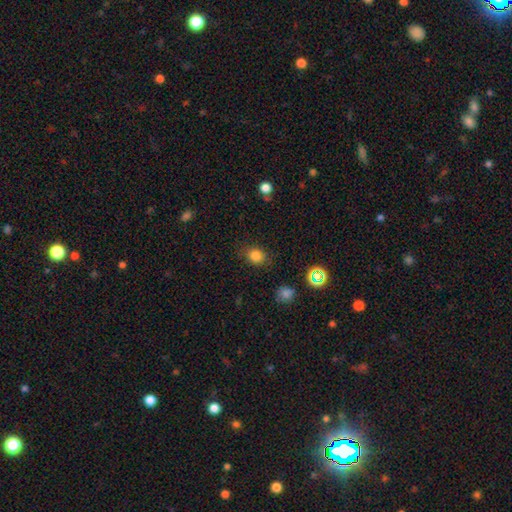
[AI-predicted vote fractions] This appears to be a smooth galaxy with no disk features (81%) that is round (60%). Merging: none (82%).